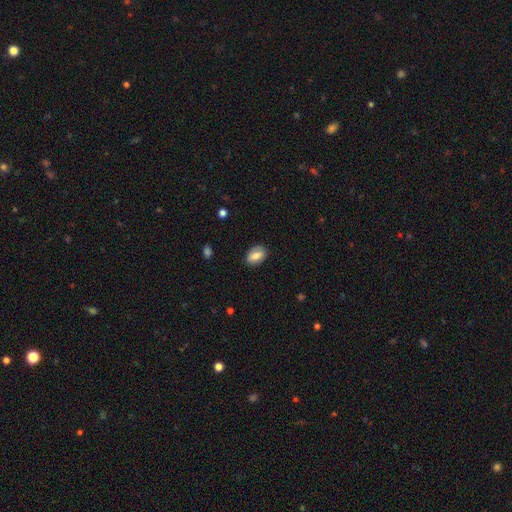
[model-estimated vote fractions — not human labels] Overall: smooth (73%). How rounded: in between (87%). Merging: none (84%).